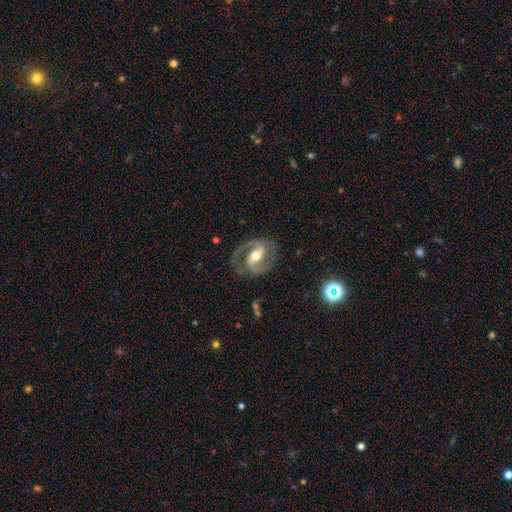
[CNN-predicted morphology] The model was most divided on "bar": weak: 41%, strong: 37%, no: 21%. More confident: edge-on disk — no (97%); spiral arms — yes (96%); spiral arm count — 2 (92%); smooth or featured — featured or disk (90%); merging — none (80%); bulge size — moderate (73%); spiral winding — medium (60%).